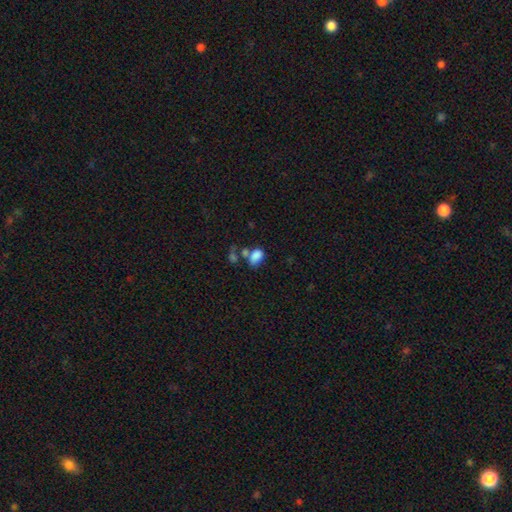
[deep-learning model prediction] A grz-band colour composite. It shows a smooth galaxy with no disk features (81%) that is in between round and cigar-shaped (85%). Merging: merger (37%).